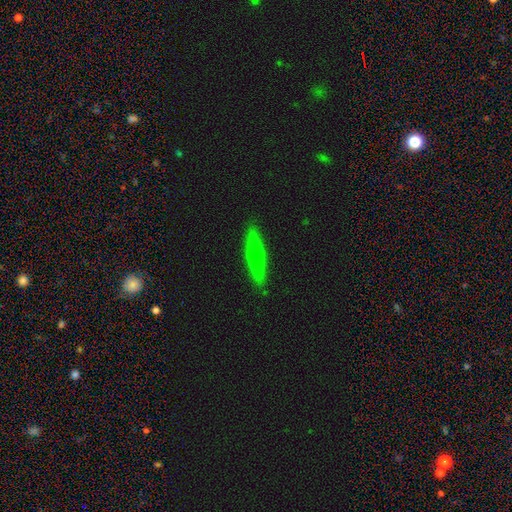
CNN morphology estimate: Smooth or featured: featured or disk — 52% (smooth — 42%)
Edge-on disk: yes — 91% (no — 9%)
Merging: none — 90% (minor disturbance — 7%)